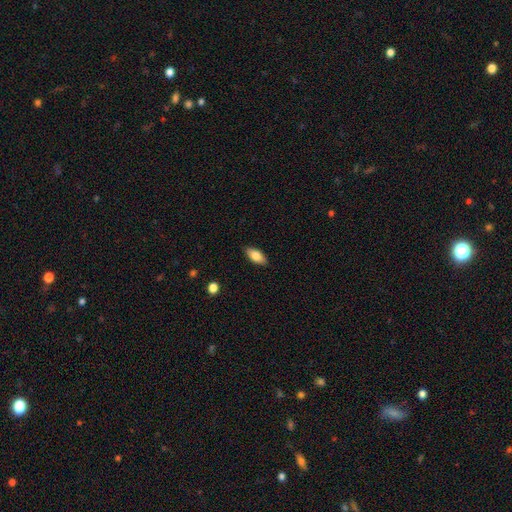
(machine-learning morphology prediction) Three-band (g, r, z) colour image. It shows a smooth galaxy with no disk features (81%) that is in between round and cigar-shaped (88%). Merging: none (88%).